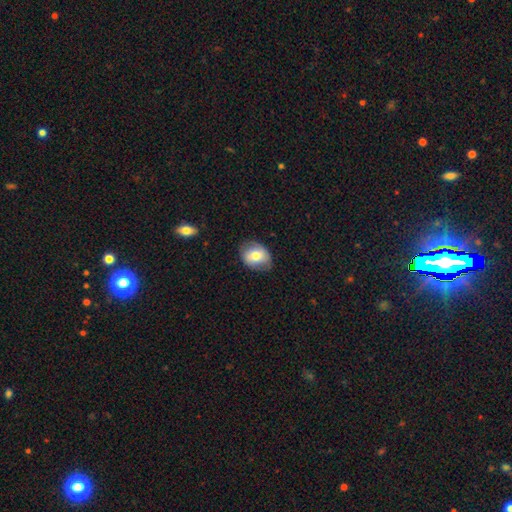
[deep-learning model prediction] smooth_or_featured: smooth (p=0.70) [alt: featured or disk p=0.22]
how_rounded: in between (p=0.57) [alt: round p=0.42]
merging: none (p=0.75) [alt: minor disturbance p=0.20]